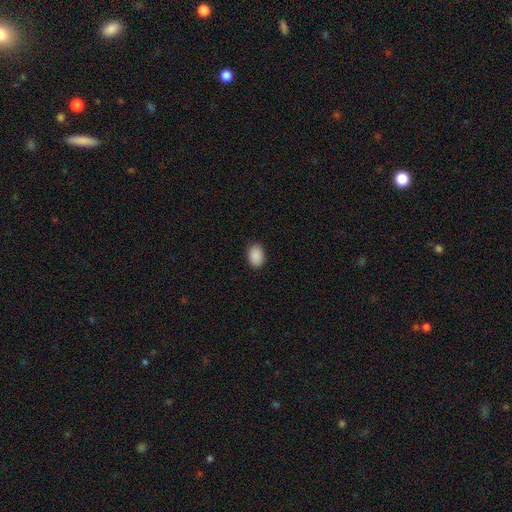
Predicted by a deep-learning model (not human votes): This is clearly a smooth galaxy (91%). How rounded: clearly in between (84%). Merging: clearly none (89%).